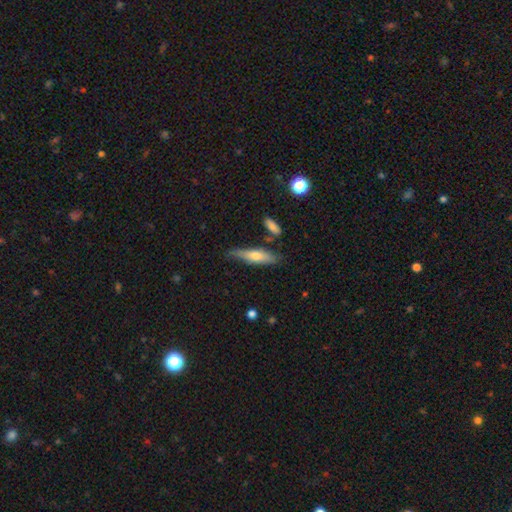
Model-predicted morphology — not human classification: smooth-or-featured: smooth: 55% | featured or disk: 39% | star or artifact: 6%
  how-rounded: cigar-shaped: 68% | in between: 30% | round: 2%
  merging: none: 70% | minor disturbance: 21% | merger: 5% | major disturbance: 4%